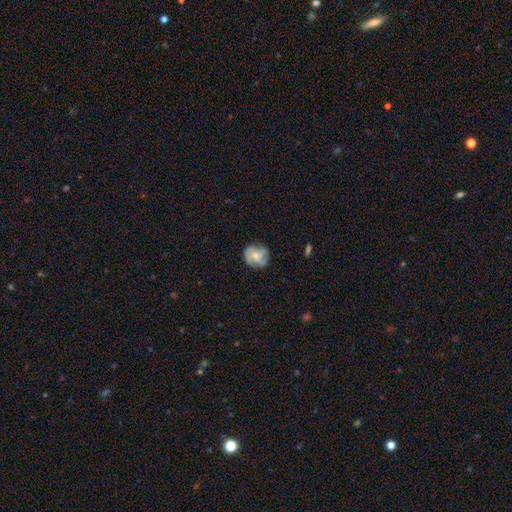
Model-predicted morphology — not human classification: Smooth or featured? Predicted: smooth (p=0.47). Merging? Predicted: none (p=0.66).